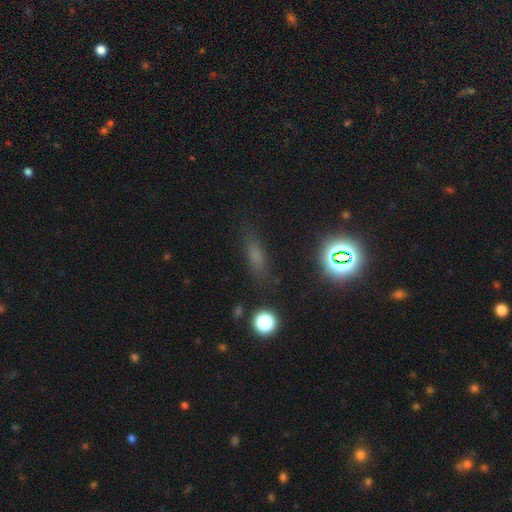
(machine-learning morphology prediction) The model was most divided on "how rounded": cigar-shaped: 53%, in between: 39%, round: 9%. More confident: merging — none (78%); smooth or featured — smooth (59%).